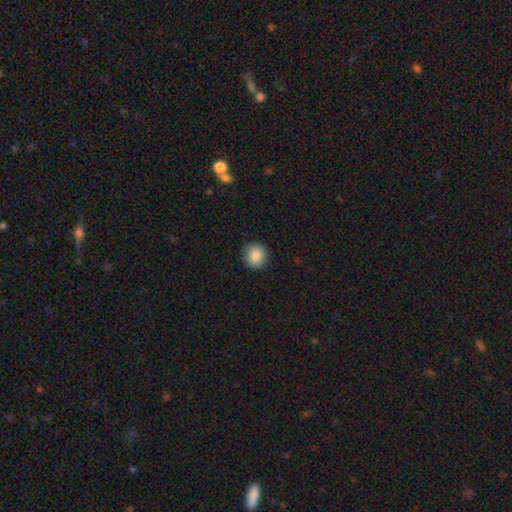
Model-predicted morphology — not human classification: smooth_or_featured: smooth (p=0.87) [alt: star or artifact p=0.09]
how_rounded: round (p=0.90) [alt: in between p=0.09]
merging: none (p=0.90) [alt: minor disturbance p=0.07]